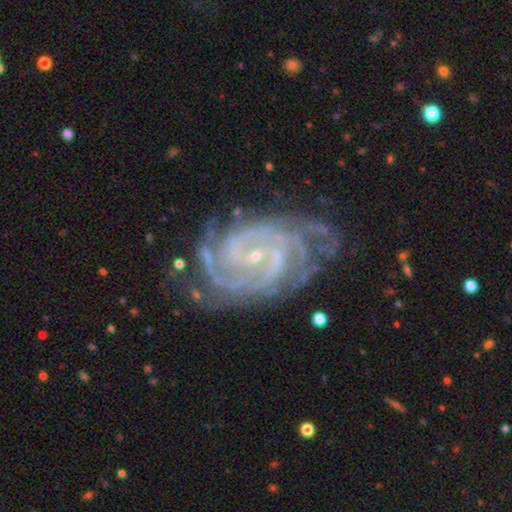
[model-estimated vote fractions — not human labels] Smooth or featured? featured or disk (92%)
Edge-on disk? no (97%)
Bar? no (44%)
Spiral arms? yes (99%)
Spiral winding? tight (72%)
Spiral arm count? 2 (24%)
Bulge size? small (84%)
Merging? none (71%)